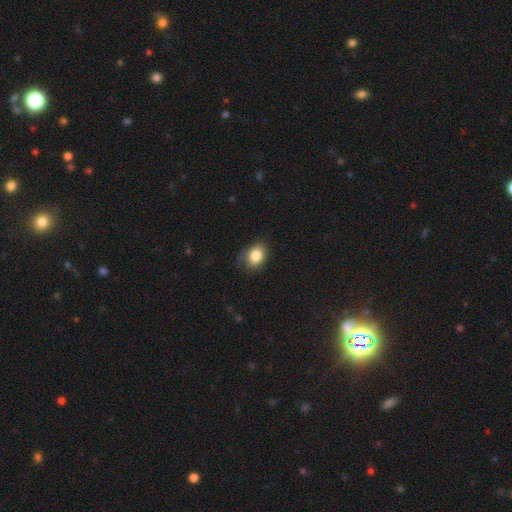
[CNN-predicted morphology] Smooth or featured?
  - smooth: 83% *
  - star or artifact: 8%
  - featured or disk: 8%
How rounded?
  - in between: 66% *
  - round: 33%
  - cigar-shaped: 1%
Merging?
  - none: 67% *
  - minor disturbance: 25%
  - major disturbance: 7%
  - merger: 1%